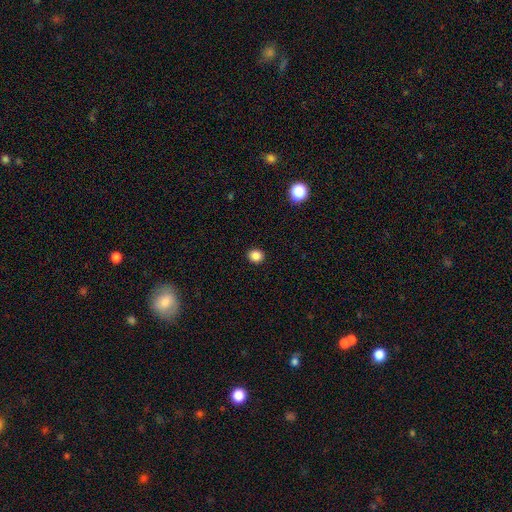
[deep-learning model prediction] Overall: smooth (86%). How rounded: round (80%). Merging: none (92%).